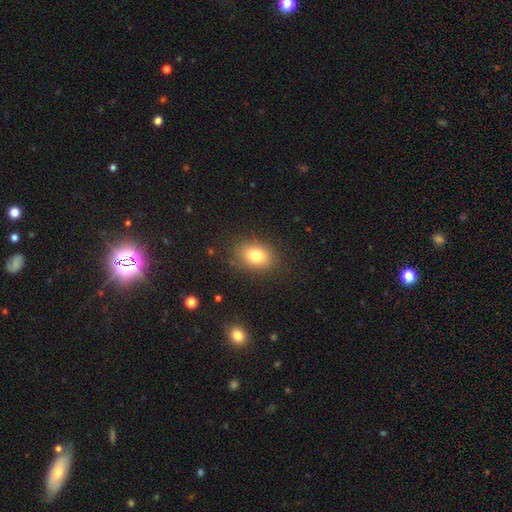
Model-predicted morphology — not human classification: smooth-or-featured: smooth: 79% | featured or disk: 11% | star or artifact: 11%
  how-rounded: in between: 71% | round: 28% | cigar-shaped: 1%
  merging: none: 84% | minor disturbance: 11% | major disturbance: 4% | merger: 1%